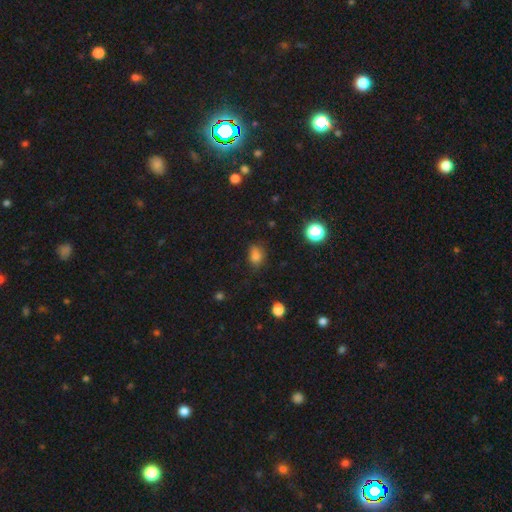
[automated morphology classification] A smooth galaxy with no disk features (77%) that is in between round and cigar-shaped (59%). Merging: none (66%).